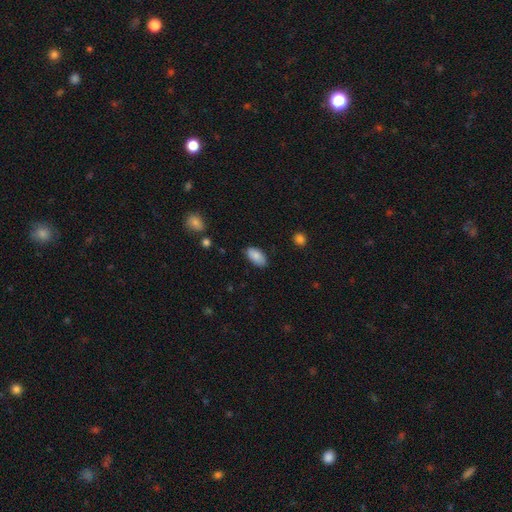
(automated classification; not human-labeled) The model was most divided on "merging": none: 81%, minor disturbance: 15%, major disturbance: 3%, merger: 1%. More confident: how rounded — in between (94%); smooth or featured — smooth (85%).